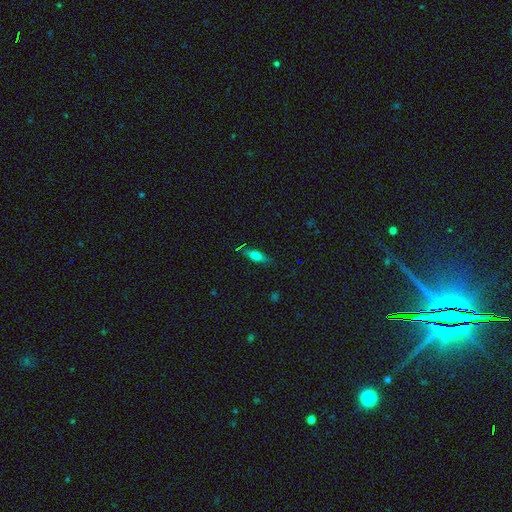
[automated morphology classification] A smooth galaxy with no disk features (66%) that is in between round and cigar-shaped (60%). Merging: none (79%).